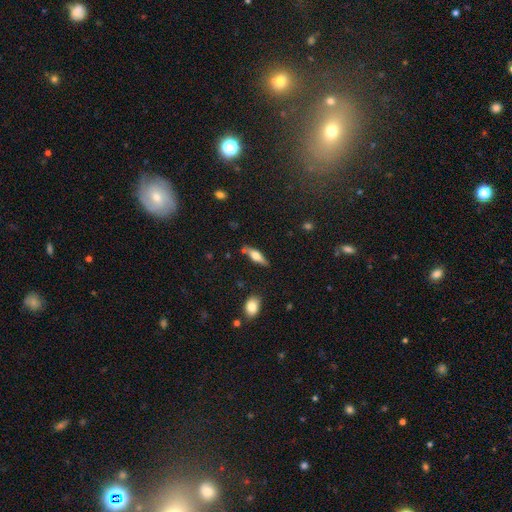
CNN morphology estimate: A smooth galaxy with no disk features (52%) that is cigar-shaped (54%).

Vote fractions:
- Smooth or featured? smooth: 52% / featured or disk: 41% / star or artifact: 7%
- How rounded? cigar-shaped: 54% / in between: 44% / round: 3%
- Merging? none: 78% / minor disturbance: 14% / merger: 5% / major disturbance: 3%